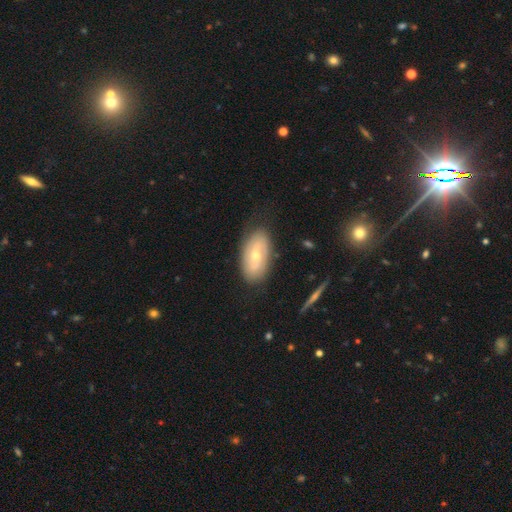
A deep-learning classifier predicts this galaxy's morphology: featured or disk 55%, smooth 38%, star or artifact 7%. Down the decision tree: edge-on disk — no (89%); merging — none (77%).